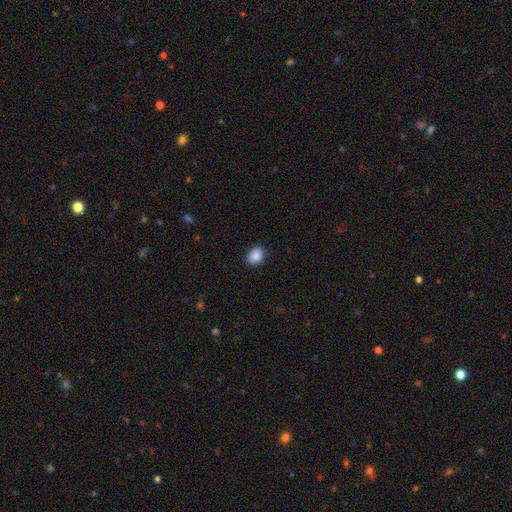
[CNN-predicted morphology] A smooth galaxy with no disk features (89%) that is in between round and cigar-shaped (66%).

Vote fractions:
- Smooth or featured? smooth: 89% / star or artifact: 8% / featured or disk: 3%
- How rounded? in between: 66% / round: 32% / cigar-shaped: 1%
- Merging? none: 87% / minor disturbance: 9% / major disturbance: 2% / merger: 1%